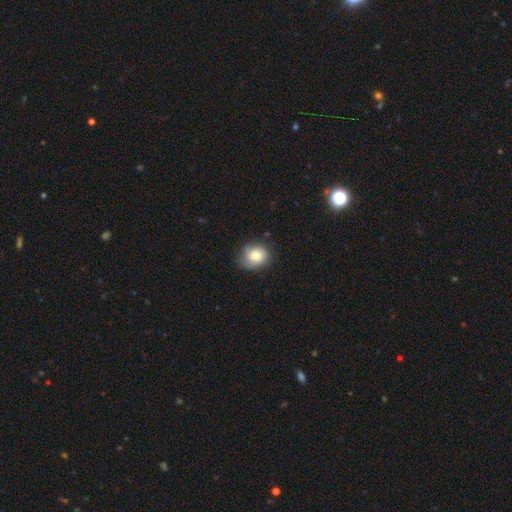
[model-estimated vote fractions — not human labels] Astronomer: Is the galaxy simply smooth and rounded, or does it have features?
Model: smooth — 68%.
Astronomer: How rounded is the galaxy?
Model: round — 65%.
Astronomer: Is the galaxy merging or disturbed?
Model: none — 65%.